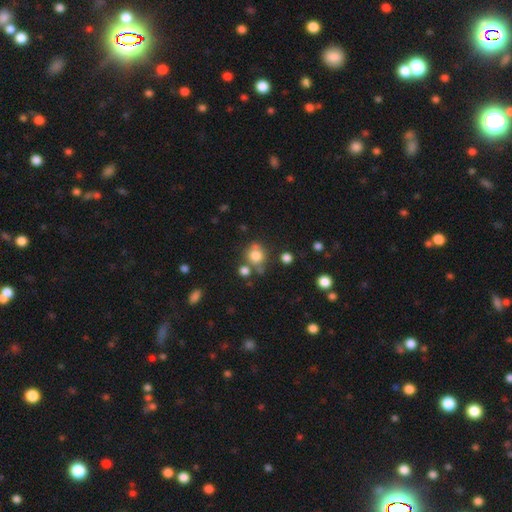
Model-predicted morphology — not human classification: A smooth galaxy with no disk features (77%) that is round (77%). Merging: none (59%).